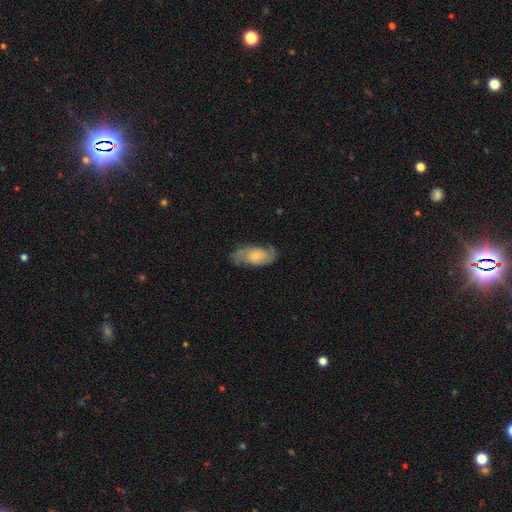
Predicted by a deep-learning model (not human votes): smooth_or_featured: featured or disk (p=0.63) [alt: smooth p=0.31]
disk_edge_on: no (p=0.94) [alt: yes p=0.06]
bar: no (p=0.68) [alt: weak p=0.27]
has_spiral_arms: yes (p=0.90) [alt: no p=0.10]
spiral_winding: medium (p=0.44) [alt: tight p=0.29]
spiral_arm_count: 2 (p=0.80) [alt: can't tell p=0.12]
bulge_size: small (p=0.43) [alt: moderate p=0.32]
merging: none (p=0.67) [alt: minor disturbance p=0.22]